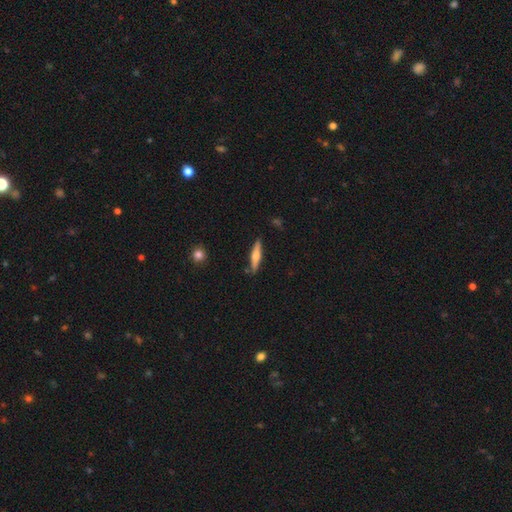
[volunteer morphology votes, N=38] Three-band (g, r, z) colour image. It shows a featured or disk galaxy (66%) viewed edge-on (100%) with a rounded central bulge (84%). Merging: none (83%).